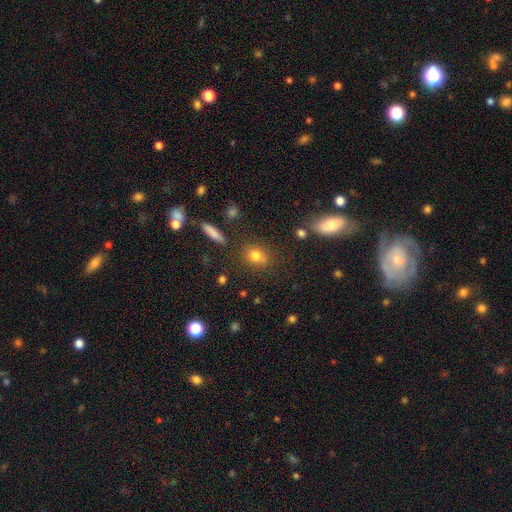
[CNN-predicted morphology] This is likely a smooth galaxy (78%). How rounded: possibly round (55%). Merging: likely none (74%).